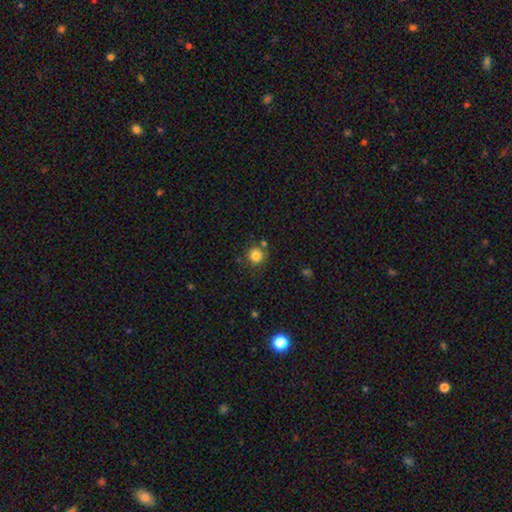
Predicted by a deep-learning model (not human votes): Smooth or featured? smooth (83%)
How rounded? round (93%)
Merging? none (78%)